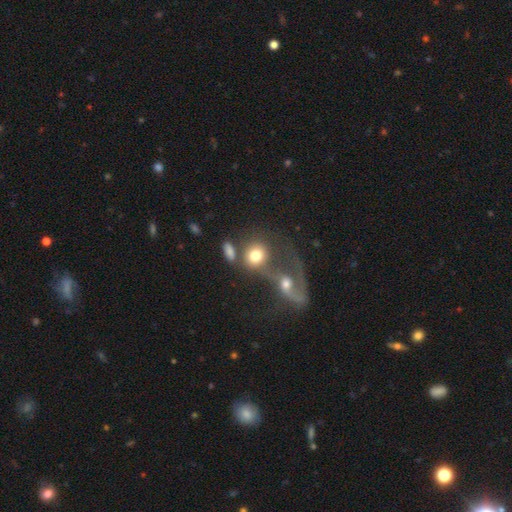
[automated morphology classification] Smooth or featured? Predicted: smooth (p=0.67). How rounded? Predicted: round (p=0.64). Merging? Predicted: merger (p=0.53).